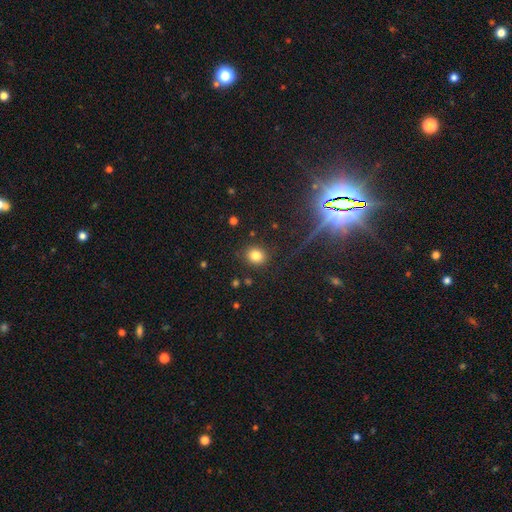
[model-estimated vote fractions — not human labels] Q: Smooth or featured?
A: smooth (81%); runner-up: star or artifact (13%)
Q: How rounded?
A: round (73%); runner-up: in between (26%)
Q: Merging?
A: none (87%); runner-up: minor disturbance (8%)